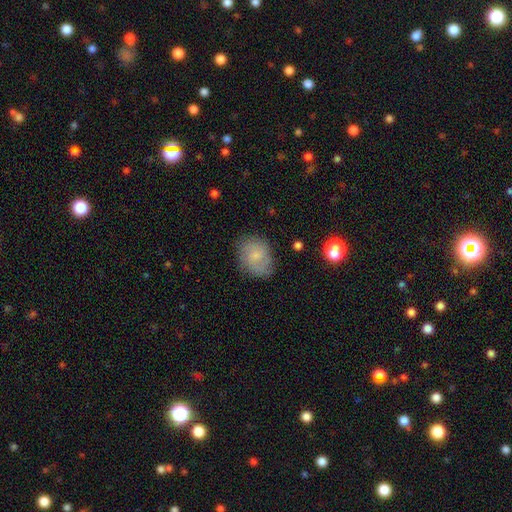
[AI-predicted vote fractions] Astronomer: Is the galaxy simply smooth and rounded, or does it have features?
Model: smooth — 53% (runner-up: featured or disk, 38%).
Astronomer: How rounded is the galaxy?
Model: in between — 54% (runner-up: round, 44%).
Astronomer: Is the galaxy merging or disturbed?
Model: none — 73%.